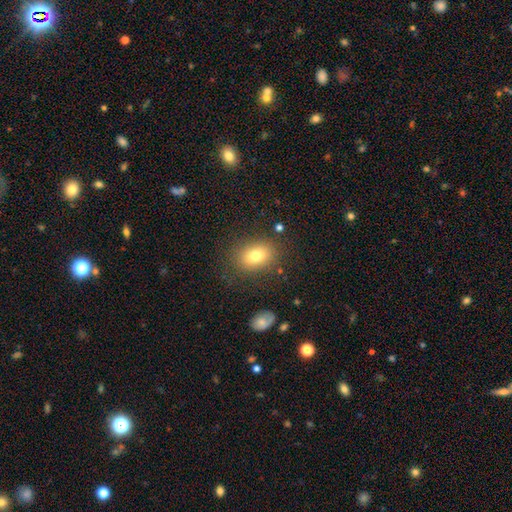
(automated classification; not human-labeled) This appears to be a smooth galaxy with no disk features (77%) that is in between round and cigar-shaped (68%). Merging: none (81%).